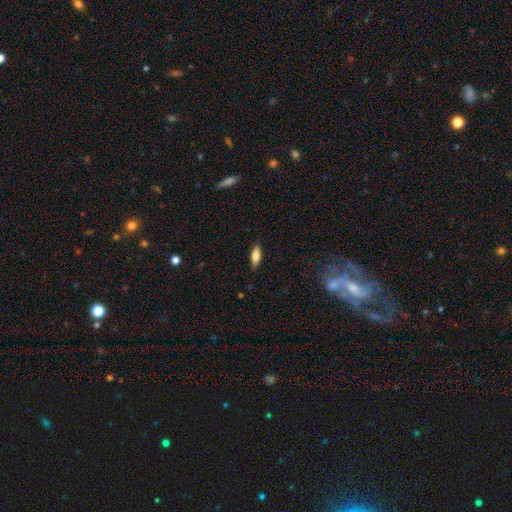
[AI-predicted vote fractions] Q: Smooth or featured?
A: smooth (76%); runner-up: featured or disk (17%)
Q: How rounded?
A: in between (70%); runner-up: cigar-shaped (27%)
Q: Merging?
A: none (87%); runner-up: minor disturbance (10%)